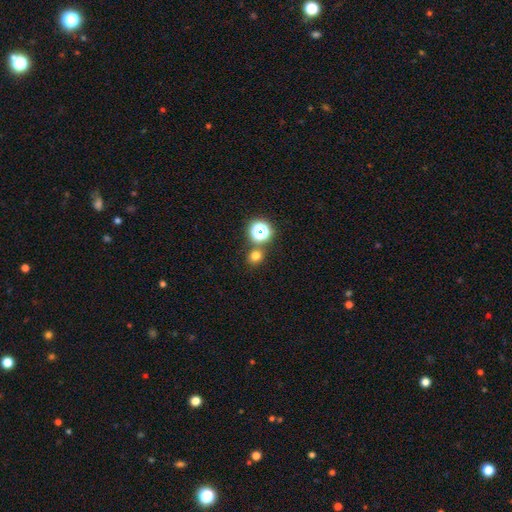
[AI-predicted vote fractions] smooth_or_featured: smooth (p=0.70) [alt: star or artifact p=0.24]
how_rounded: round (p=0.80) [alt: in between p=0.19]
merging: none (p=0.77) [alt: merger p=0.12]